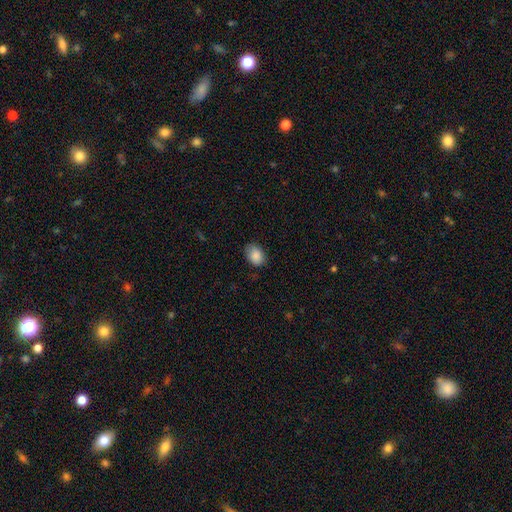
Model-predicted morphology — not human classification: This appears to be a smooth galaxy with no disk features (88%) that is in between round and cigar-shaped (77%). Merging: none (77%).